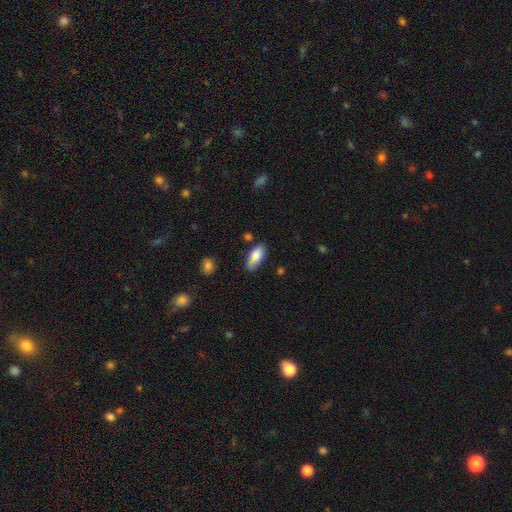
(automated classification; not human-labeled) smooth 77%, featured or disk 15%, star or artifact 8%. Down the decision tree: how rounded — in between (86%); merging — none (65%).